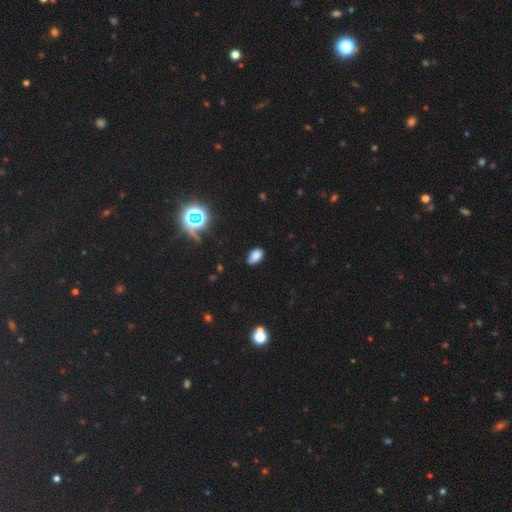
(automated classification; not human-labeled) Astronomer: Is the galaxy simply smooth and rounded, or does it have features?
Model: smooth — 75%.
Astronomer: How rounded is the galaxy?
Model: in between — 90%.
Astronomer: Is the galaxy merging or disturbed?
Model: none — 73%.